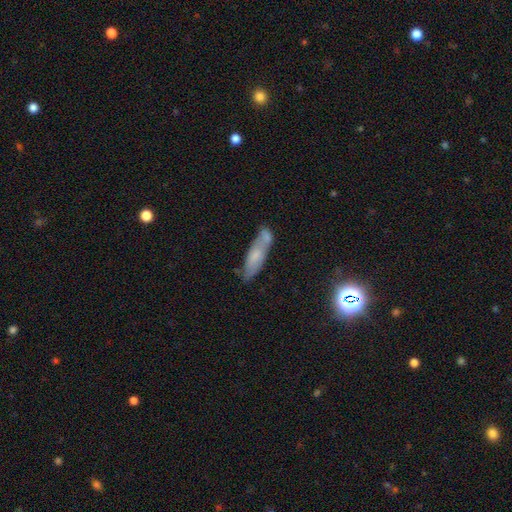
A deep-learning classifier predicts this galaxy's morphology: Smooth or featured? smooth (60%)
How rounded? cigar-shaped (60%)
Merging? none (48%)